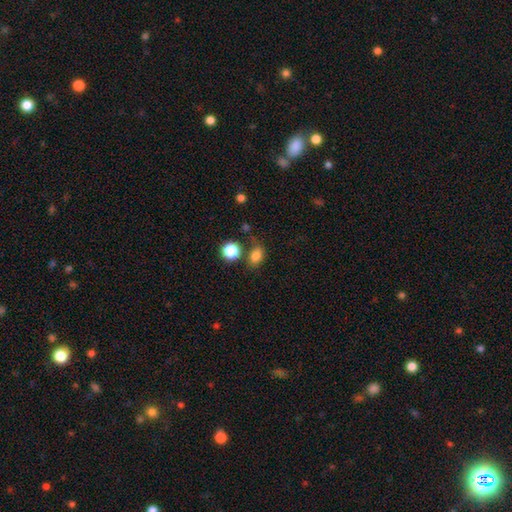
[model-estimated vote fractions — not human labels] Smooth or featured: smooth — 81% (star or artifact — 12%)
How rounded: in between — 62% (round — 37%)
Merging: none — 61% (minor disturbance — 16%)